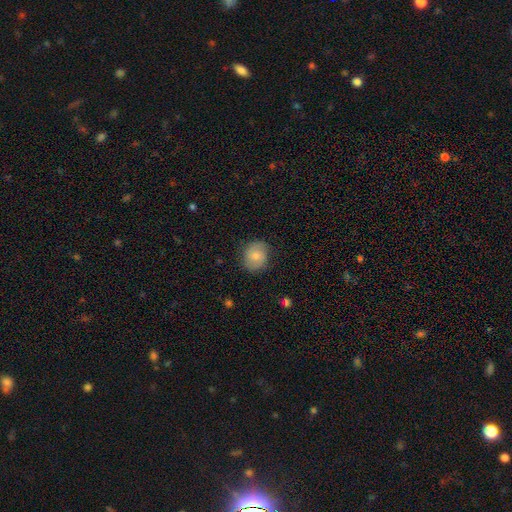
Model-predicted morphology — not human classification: This is possibly a smooth galaxy (58%). How rounded: likely round (71%). Merging: likely none (78%).